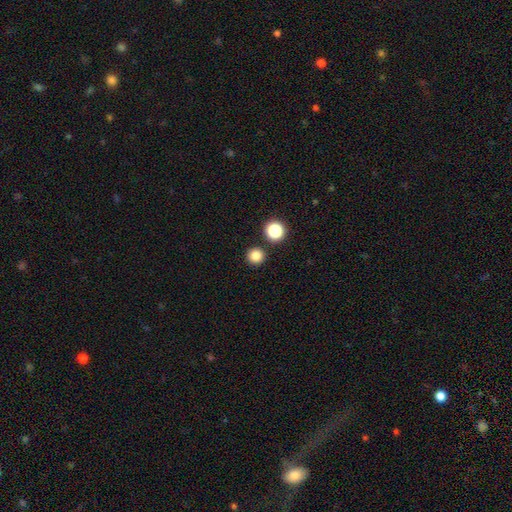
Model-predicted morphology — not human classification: Smooth or featured?
  - smooth: 83% *
  - star or artifact: 13%
  - featured or disk: 4%
How rounded?
  - round: 95% *
  - in between: 4%
  - cigar-shaped: 1%
Merging?
  - none: 89% *
  - minor disturbance: 5%
  - merger: 4%
  - major disturbance: 2%